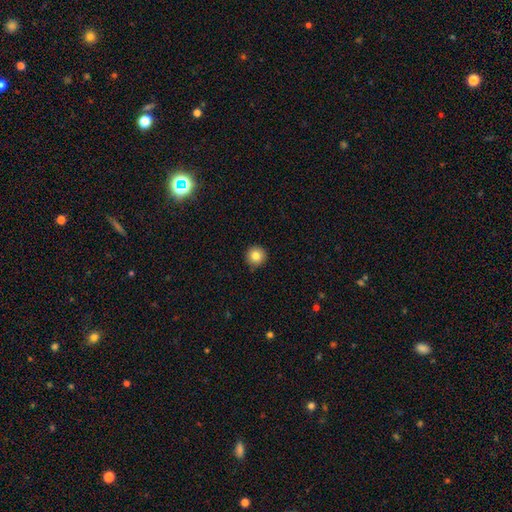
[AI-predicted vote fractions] smooth_or_featured: smooth (p=0.82) [alt: star or artifact p=0.10]
how_rounded: round (p=0.96) [alt: in between p=0.03]
merging: none (p=0.91) [alt: minor disturbance p=0.06]